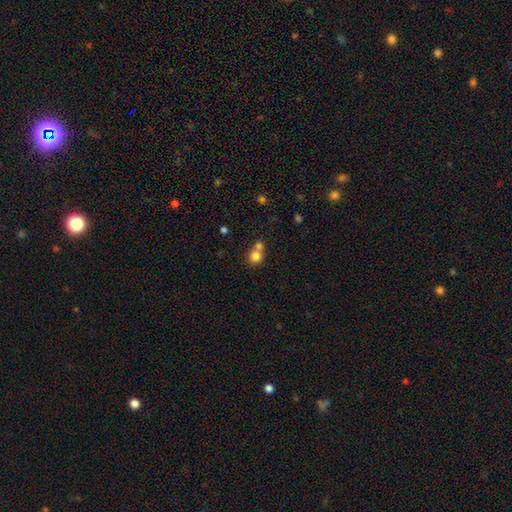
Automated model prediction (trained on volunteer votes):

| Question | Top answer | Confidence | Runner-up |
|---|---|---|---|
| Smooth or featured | smooth | 79% | star or artifact (12%) |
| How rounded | round | 86% | in between (13%) |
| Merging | merger | 47% | none (44%) |